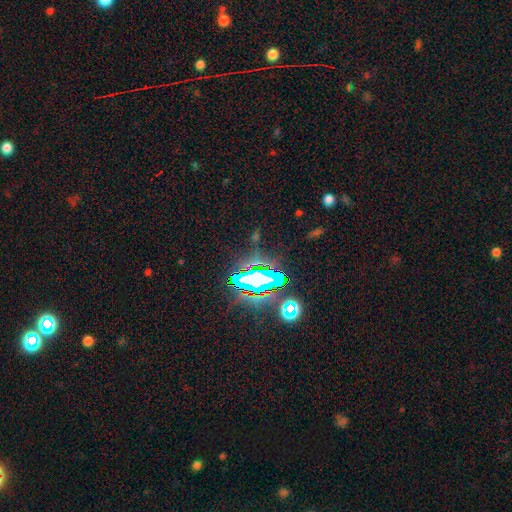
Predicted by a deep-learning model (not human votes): This appears to be a star or artifact, not a galaxy (79%).